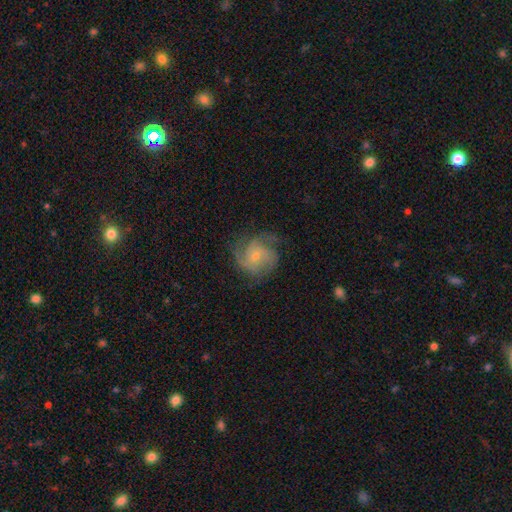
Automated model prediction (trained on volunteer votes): A featured or disk galaxy (74%) with no bar (70%), 3 (43%) medium (47%) spiral arms (94%) and a small central bulge (68%).

Vote fractions:
- Smooth or featured? featured or disk: 74% / smooth: 19% / star or artifact: 7%
- Edge-on disk? no: 98% / yes: 2%
- Bar? no: 70% / weak: 27% / strong: 4%
- Spiral arms? yes: 94% / no: 6%
- Spiral winding? medium: 47% / tight: 37% / loose: 16%
- Spiral arm count? 3: 43% / 2: 19% / can't tell: 18% / 4: 10% / 1: 5% / more than 4: 5%
- Bulge size? small: 68% / moderate: 25% / none: 4% / large: 1% / dominant: 1%
- Merging? none: 65% / minor disturbance: 22% / major disturbance: 12% / merger: 1%